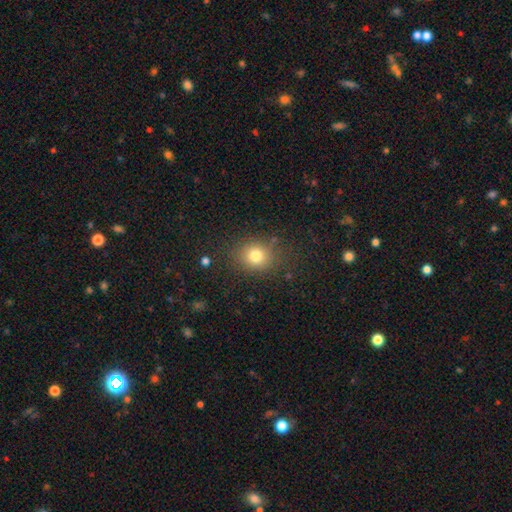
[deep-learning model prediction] smooth_or_featured: smooth (p=0.78) [alt: star or artifact p=0.13]
how_rounded: round (p=0.73) [alt: in between p=0.26]
merging: none (p=0.82) [alt: minor disturbance p=0.11]